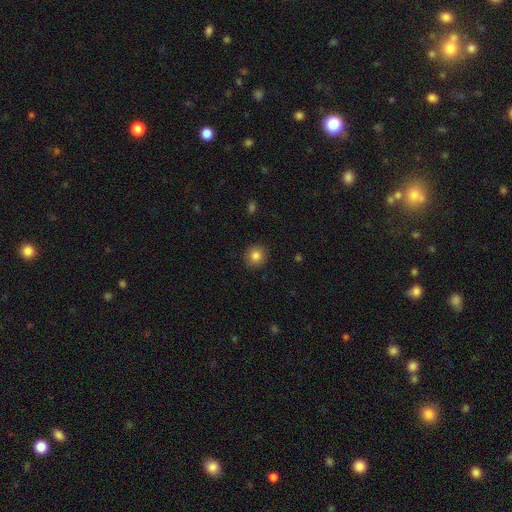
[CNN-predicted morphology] Smooth or featured: smooth — 84% (star or artifact — 10%)
How rounded: round — 90% (in between — 9%)
Merging: none — 91% (minor disturbance — 6%)